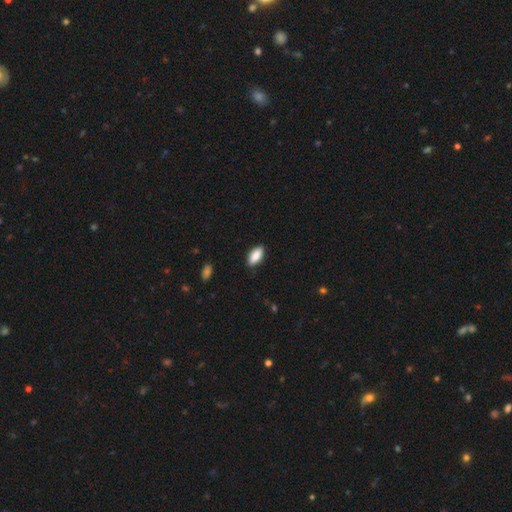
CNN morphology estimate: This appears to be a smooth galaxy with no disk features (87%) that is in between round and cigar-shaped (86%). Merging: none (87%).